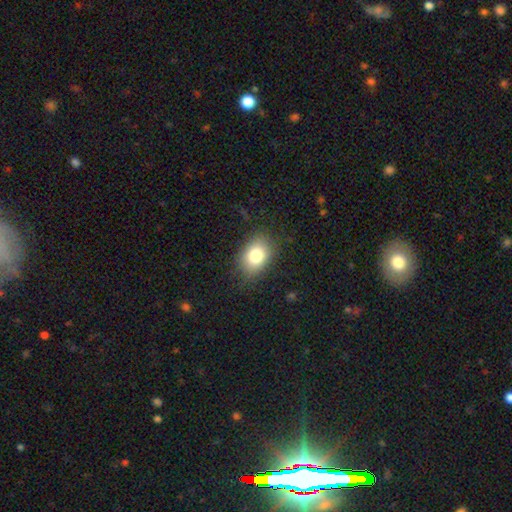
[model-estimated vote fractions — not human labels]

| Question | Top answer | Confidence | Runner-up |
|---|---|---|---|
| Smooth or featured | smooth | 80% | featured or disk (10%) |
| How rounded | in between | 73% | round (26%) |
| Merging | none | 81% | minor disturbance (14%) |